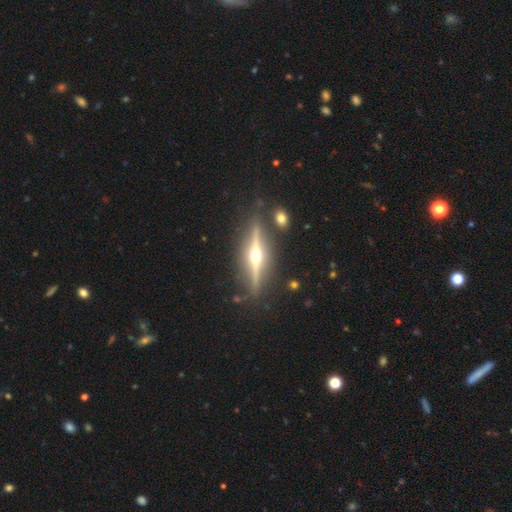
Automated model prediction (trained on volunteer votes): featured or disk 84%, smooth 10%, star or artifact 6%. Down the decision tree: edge-on disk — yes (97%); edge-on bulge — rounded (96%); merging — none (86%).